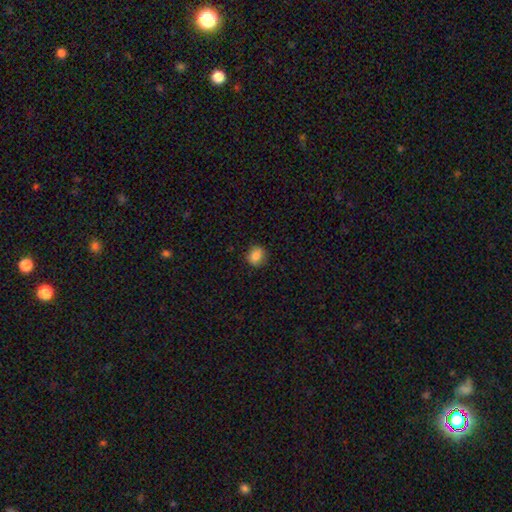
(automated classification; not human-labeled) This is clearly a smooth galaxy (86%). How rounded: likely round (69%). Merging: clearly none (82%).